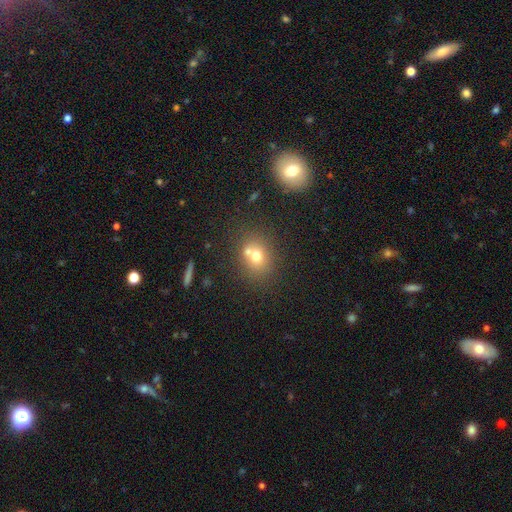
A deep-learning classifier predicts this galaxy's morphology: Overall: smooth (67%). How rounded: round (62%; in between 37%). Merging: none (50%; merger 36%).